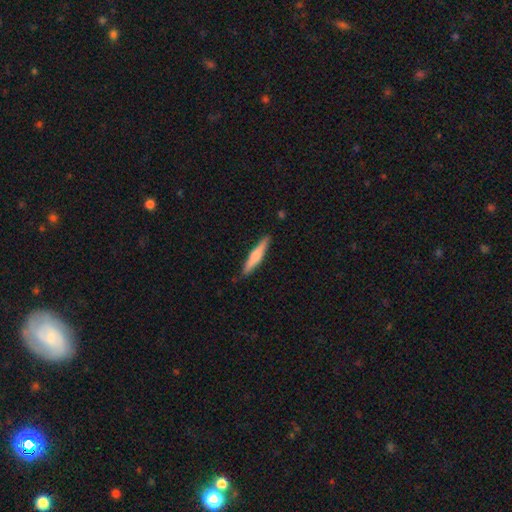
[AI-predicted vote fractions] Smooth or featured: smooth — 51% (featured or disk — 43%)
How rounded: cigar-shaped — 90% (in between — 8%)
Merging: none — 89% (minor disturbance — 8%)